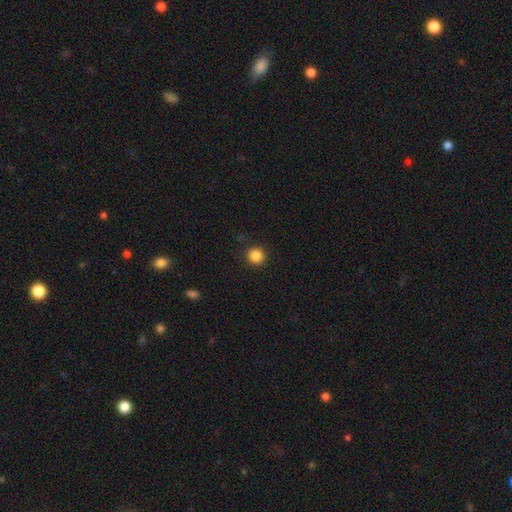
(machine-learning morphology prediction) A smooth galaxy with no disk features (86%) that is round (94%).

Vote fractions:
- Smooth or featured? smooth: 86% / star or artifact: 11% / featured or disk: 3%
- How rounded? round: 94% / in between: 5% / cigar-shaped: 1%
- Merging? none: 91% / minor disturbance: 6% / major disturbance: 2% / merger: 1%